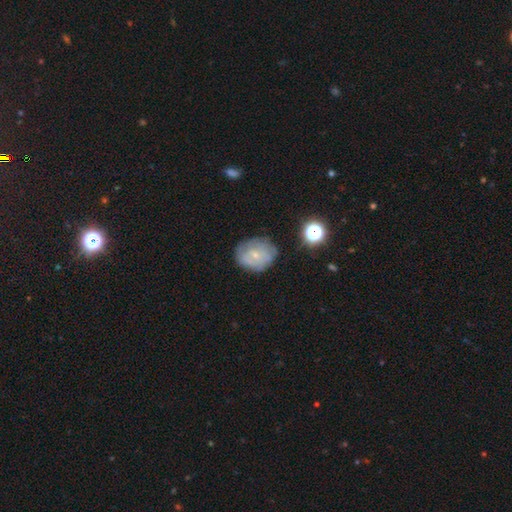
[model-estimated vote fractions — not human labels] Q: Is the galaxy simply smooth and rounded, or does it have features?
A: smooth — 47%.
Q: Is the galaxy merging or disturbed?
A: none — 65%.